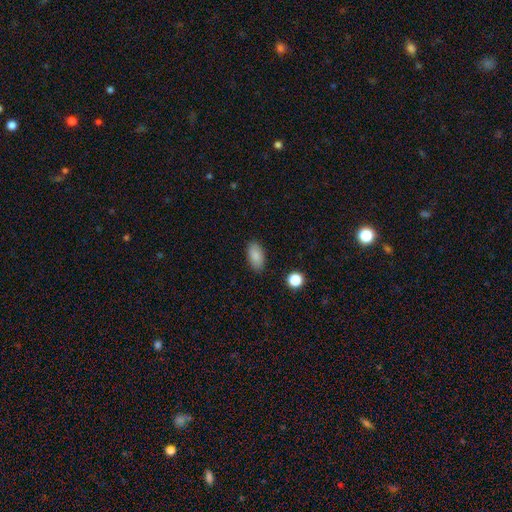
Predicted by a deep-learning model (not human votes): The model was most divided on "merging": none: 86%, minor disturbance: 10%, major disturbance: 2%, merger: 1%. More confident: how rounded — in between (93%); smooth or featured — smooth (87%).